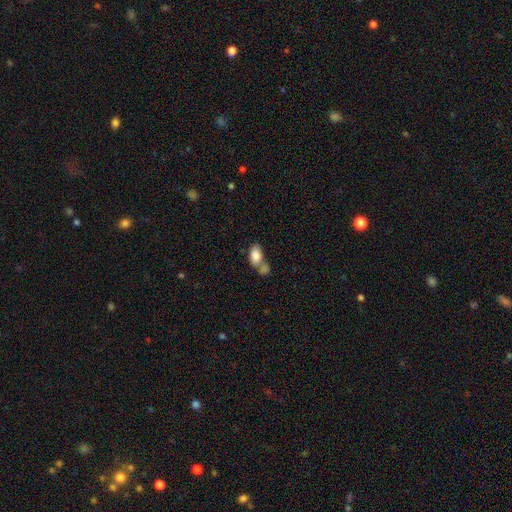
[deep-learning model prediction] Overall: smooth (83%). How rounded: in between (90%). Merging: merger (48%; none 34%).